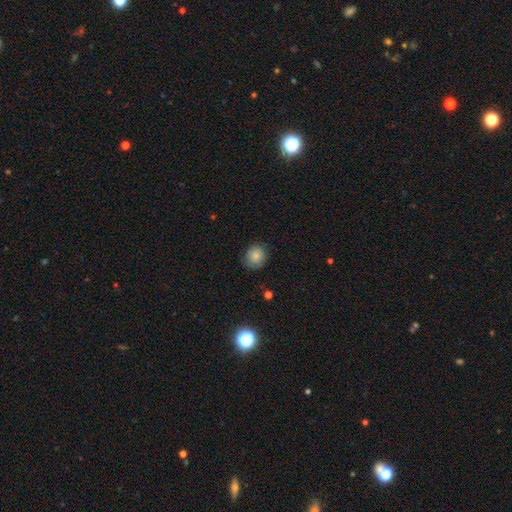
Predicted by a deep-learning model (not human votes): Smooth or featured? smooth (83%)
How rounded? round (81%)
Merging? none (80%)